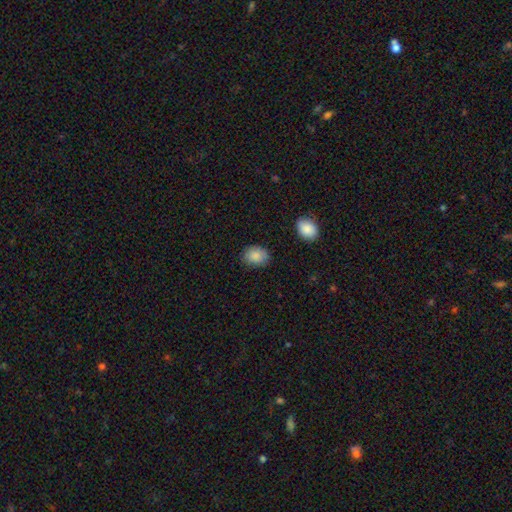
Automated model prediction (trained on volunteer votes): Smooth or featured? Predicted: smooth (p=0.87). How rounded? Predicted: in between (p=0.64). Merging? Predicted: none (p=0.81).